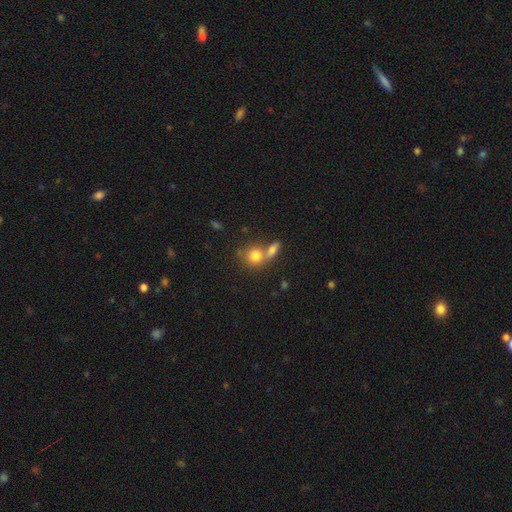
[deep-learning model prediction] Overall: smooth (80%). How rounded: round (72%). Merging: merger (47%; none 39%).